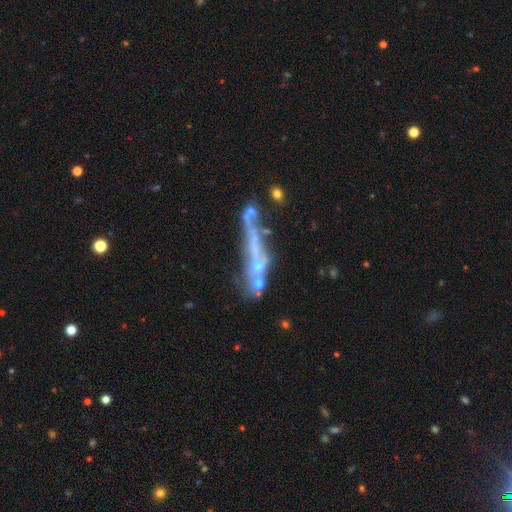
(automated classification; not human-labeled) Smooth or featured? featured or disk (61%)
Edge-on disk? yes (61%)
Merging? none (34%)